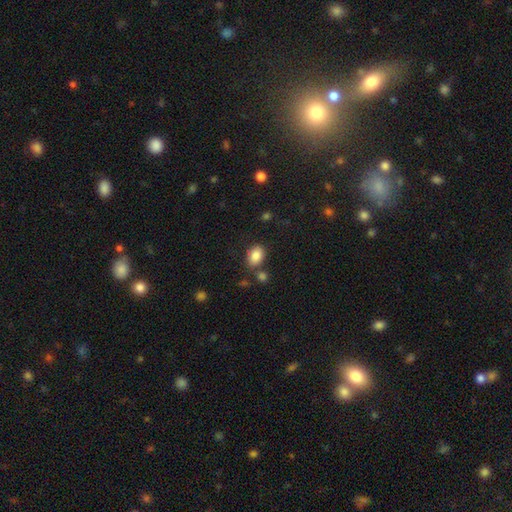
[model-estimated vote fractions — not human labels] This is clearly a smooth galaxy (86%). How rounded: likely in between (80%). Merging: likely none (73%).